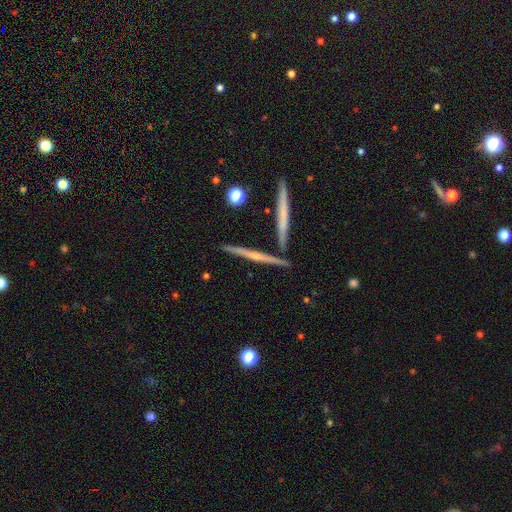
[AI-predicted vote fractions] Morphology: type=featured or disk (71%); edge-on=yes (97%); edge-on bulge=none (50%); merging=none (83%).